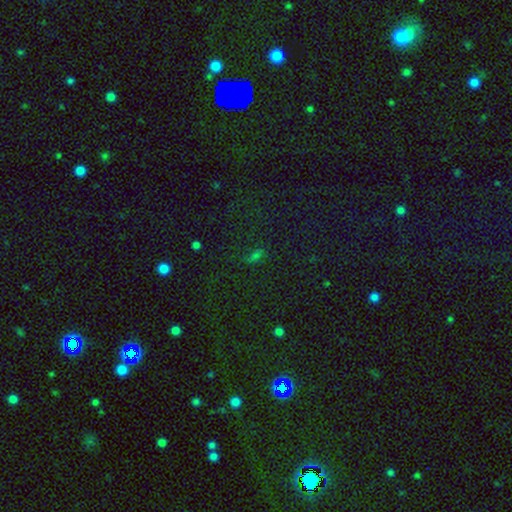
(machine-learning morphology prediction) This appears to be a smooth galaxy with no disk features (46%). Merging: none (66%).